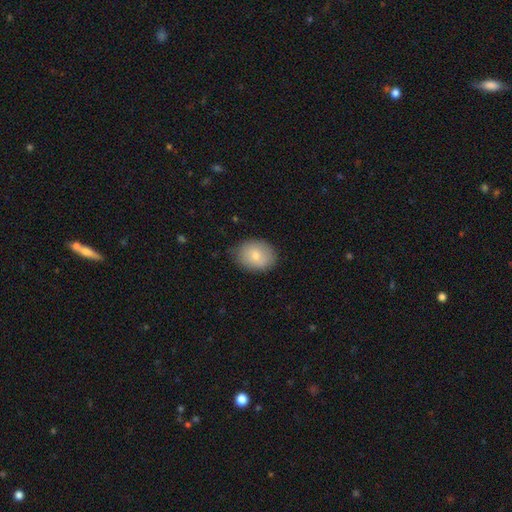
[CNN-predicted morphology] The model was most divided on "how rounded": in between: 63%, round: 36%, cigar-shaped: 1%. More confident: smooth or featured — smooth (77%); merging — none (76%).